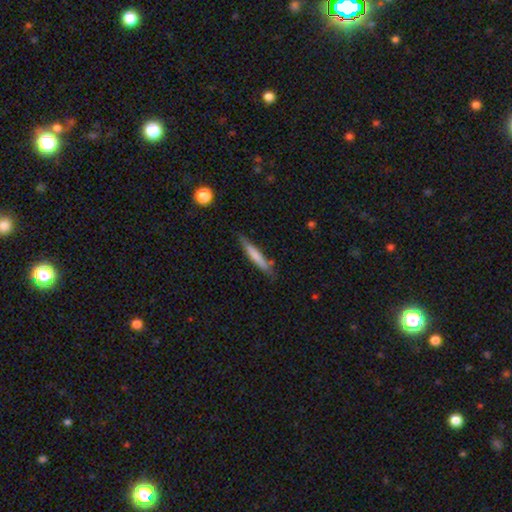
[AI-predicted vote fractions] Smooth or featured? Predicted: smooth (p=0.68). How rounded? Predicted: cigar-shaped (p=0.93). Merging? Predicted: none (p=0.77).